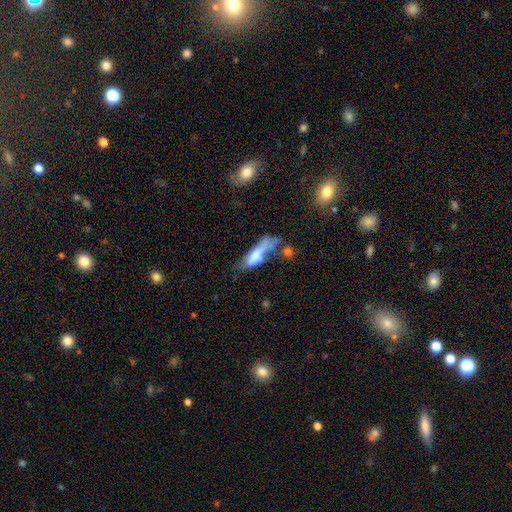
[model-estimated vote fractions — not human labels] Smooth or featured? Predicted: smooth (p=0.58). How rounded? Predicted: cigar-shaped (p=0.53). Merging? Predicted: major disturbance (p=0.33).